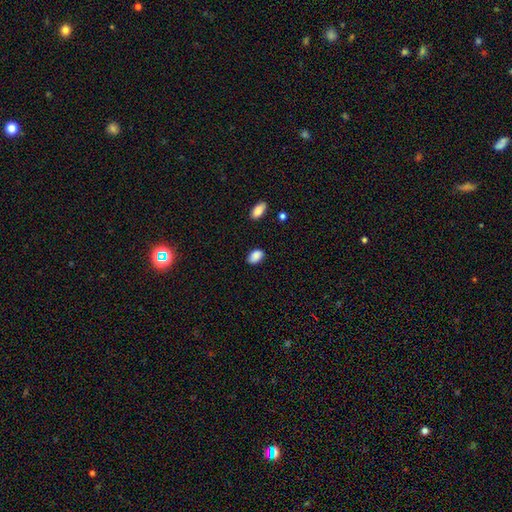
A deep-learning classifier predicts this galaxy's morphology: smooth 88%, star or artifact 8%, featured or disk 4%. Down the decision tree: how rounded — in between (88%); merging — none (83%).